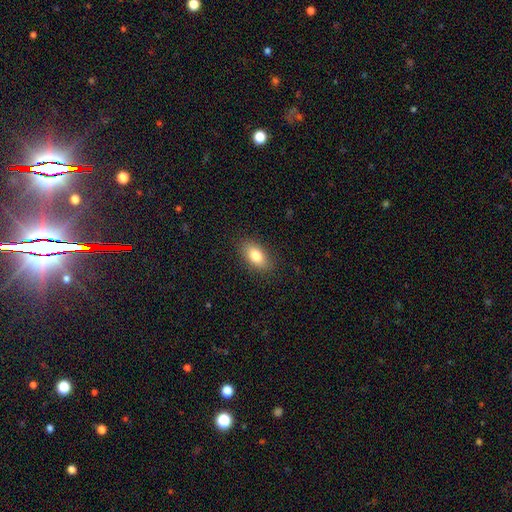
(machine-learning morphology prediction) smooth 81%, featured or disk 11%, star or artifact 8%. Down the decision tree: how rounded — in between (89%); merging — none (87%).